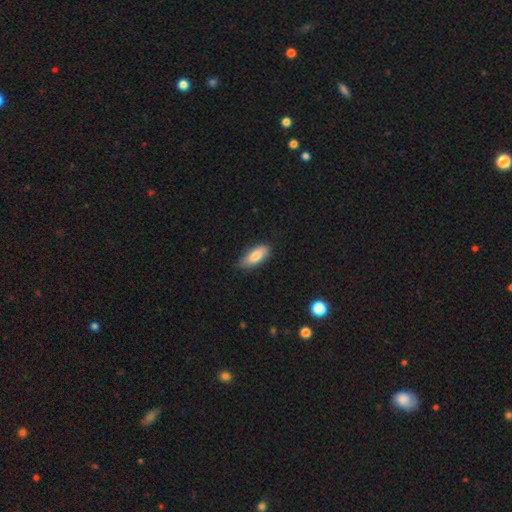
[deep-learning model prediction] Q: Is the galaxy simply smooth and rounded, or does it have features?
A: smooth — 81%.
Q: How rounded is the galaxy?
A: in between — 78%.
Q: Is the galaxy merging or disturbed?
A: none — 76%.